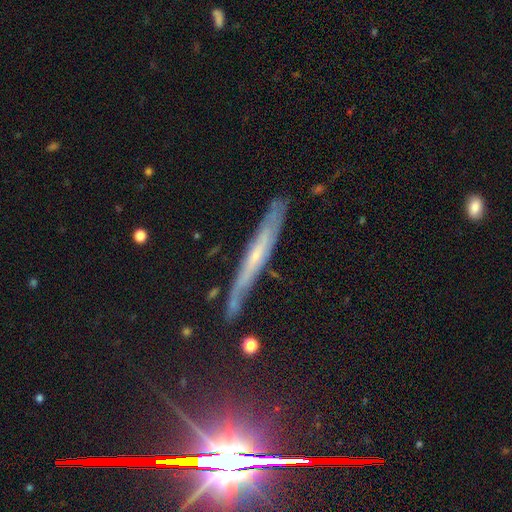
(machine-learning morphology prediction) smooth_or_featured: featured or disk (p=0.65) [alt: smooth p=0.26]
disk_edge_on: yes (p=0.82) [alt: no p=0.18]
edge_on_bulge: none (p=0.62) [alt: rounded p=0.32]
merging: none (p=0.76) [alt: minor disturbance p=0.18]